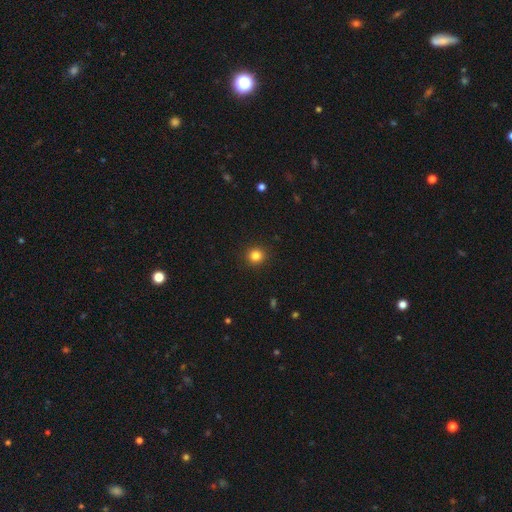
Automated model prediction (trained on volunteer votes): Overall: smooth (83%). How rounded: round (93%). Merging: none (93%).